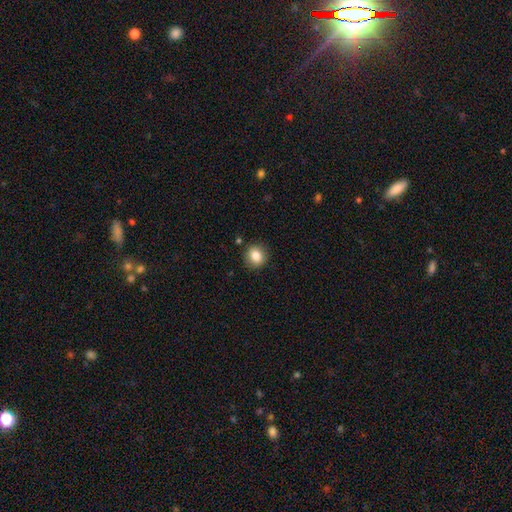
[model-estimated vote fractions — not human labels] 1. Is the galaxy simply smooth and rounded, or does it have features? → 83% smooth, 9% star or artifact, 7% featured or disk.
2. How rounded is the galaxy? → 79% round, 20% in between, 1% cigar-shaped.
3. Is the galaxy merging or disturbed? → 88% none, 8% minor disturbance, 2% major disturbance, 2% merger.